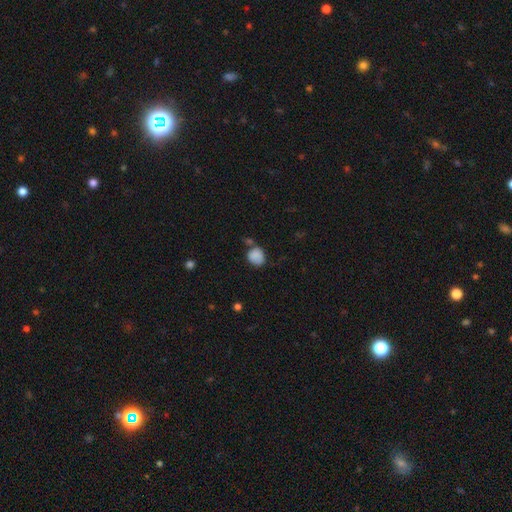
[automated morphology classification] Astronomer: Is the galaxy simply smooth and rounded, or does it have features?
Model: smooth — 86%.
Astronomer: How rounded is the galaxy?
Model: round — 73%.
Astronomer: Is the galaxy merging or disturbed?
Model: none — 59%.